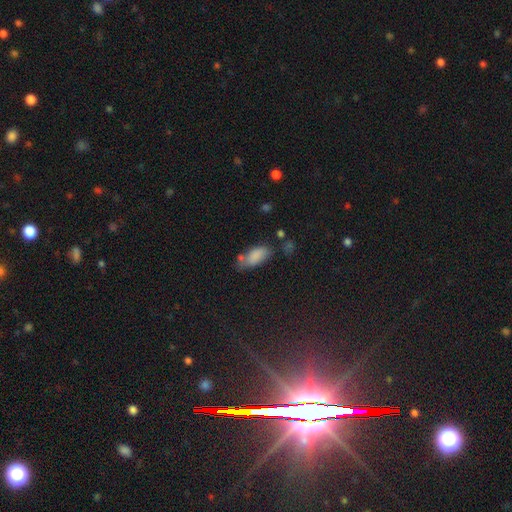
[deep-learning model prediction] smooth 82%, star or artifact 9%, featured or disk 9%. Down the decision tree: how rounded — in between (86%); merging — none (51%).